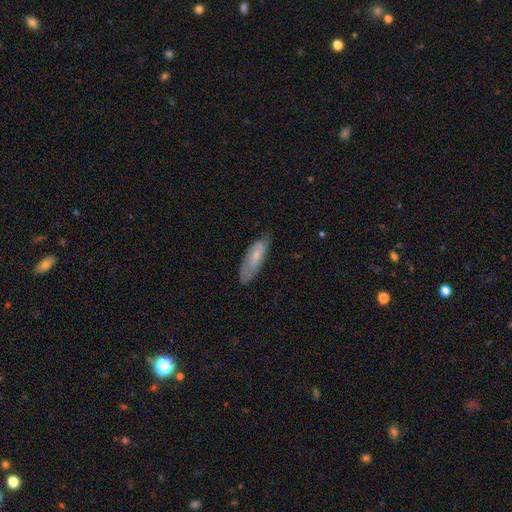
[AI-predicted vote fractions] A smooth galaxy with no disk features (57%) that is in between round and cigar-shaped (56%). Merging: none (69%).